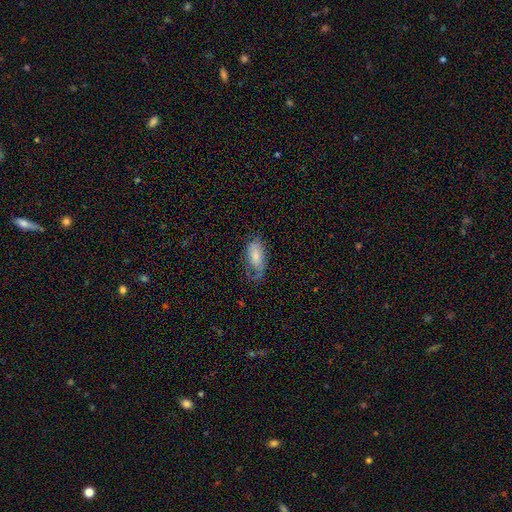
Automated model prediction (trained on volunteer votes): smooth-or-featured: smooth: 69% | featured or disk: 24% | star or artifact: 7%
  how-rounded: in between: 91% | cigar-shaped: 6% | round: 3%
  merging: none: 45% | minor disturbance: 33% | major disturbance: 20% | merger: 2%